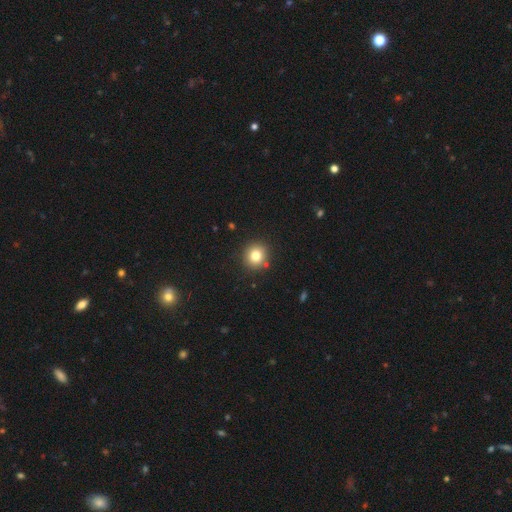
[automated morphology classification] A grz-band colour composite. It shows a smooth galaxy with no disk features (81%) that is round (90%). Merging: none (88%).